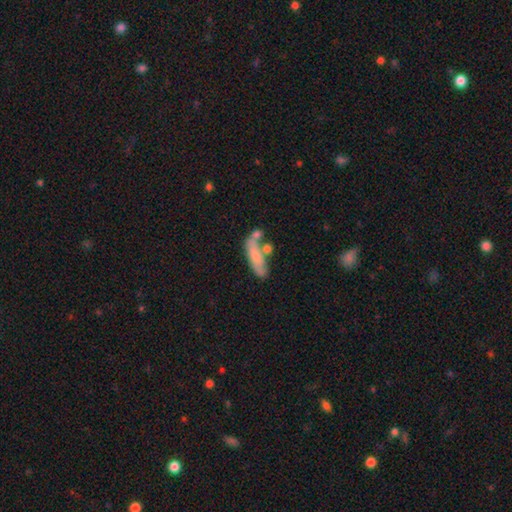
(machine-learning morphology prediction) A smooth galaxy with no disk features (67%) that is cigar-shaped (51%). Merging: none (42%).